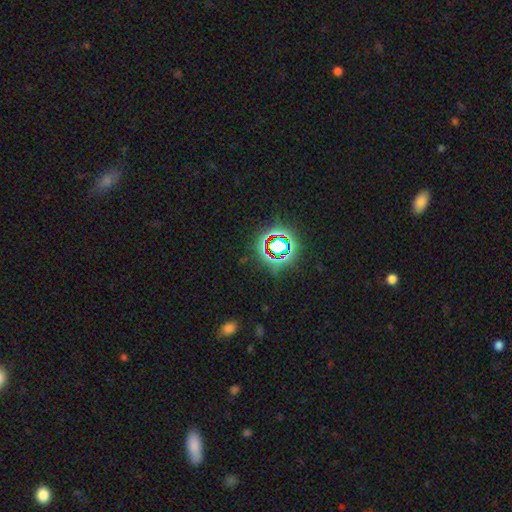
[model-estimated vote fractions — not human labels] A star or artifact, not a galaxy (76%).